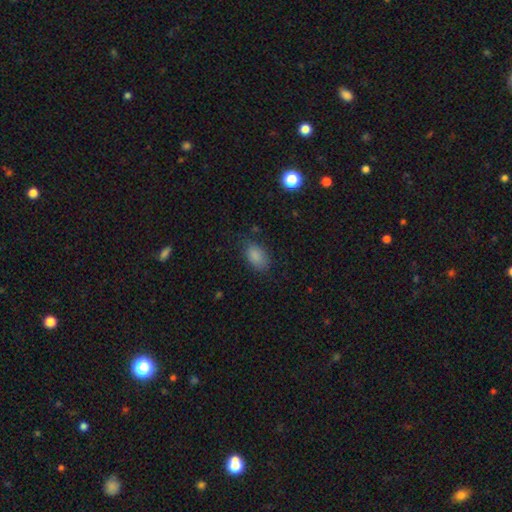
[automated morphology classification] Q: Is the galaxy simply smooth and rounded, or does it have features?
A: smooth — 86%.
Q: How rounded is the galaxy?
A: in between — 88%.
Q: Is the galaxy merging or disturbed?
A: none — 75%.